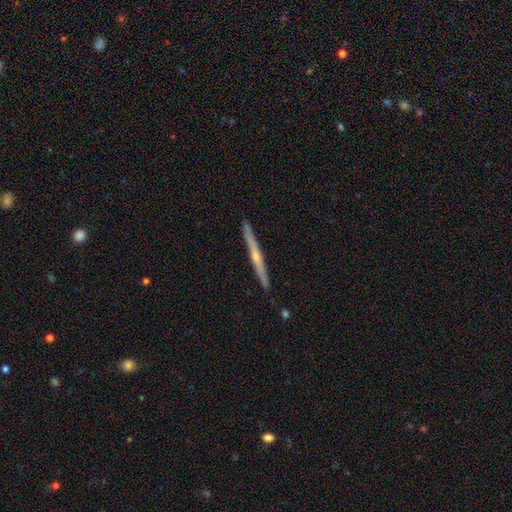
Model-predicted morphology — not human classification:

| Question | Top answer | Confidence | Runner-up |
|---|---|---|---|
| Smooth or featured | featured or disk | 66% | smooth (28%) |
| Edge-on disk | yes | 98% | no (2%) |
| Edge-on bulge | rounded | 61% | none (33%) |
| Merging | none | 92% | minor disturbance (6%) |